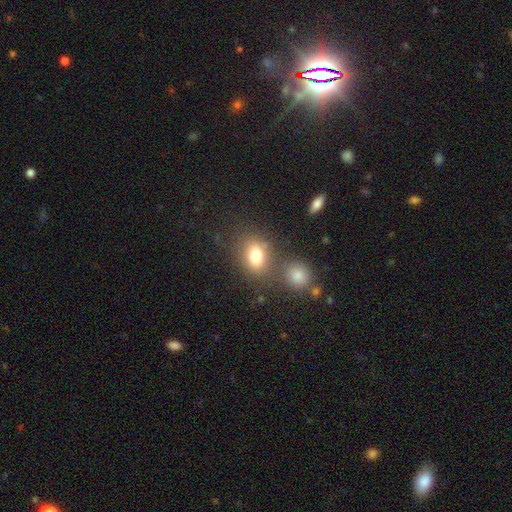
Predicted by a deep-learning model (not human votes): Overall: smooth (77%). How rounded: in between (63%; round 35%). Merging: none (60%; merger 22%).